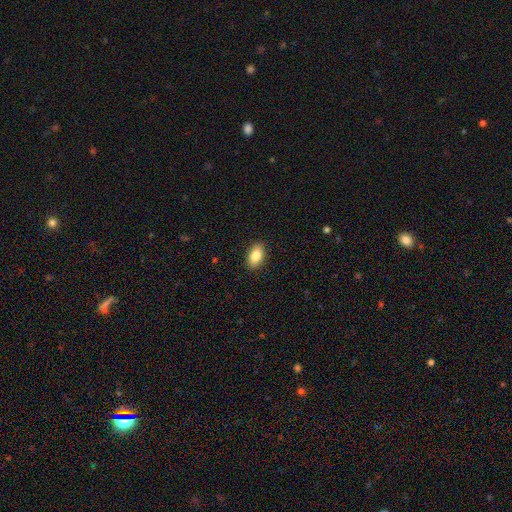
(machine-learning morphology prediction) This is clearly a smooth galaxy (83%). How rounded: clearly in between (91%). Merging: clearly none (89%).